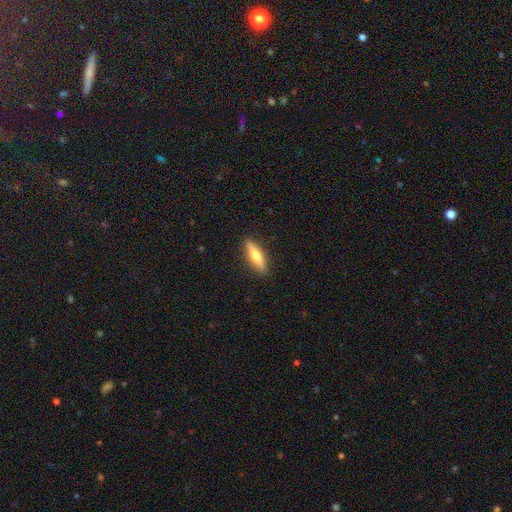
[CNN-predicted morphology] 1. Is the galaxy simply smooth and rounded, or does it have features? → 52% smooth, 42% featured or disk, 6% star or artifact.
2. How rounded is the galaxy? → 68% cigar-shaped, 30% in between, 2% round.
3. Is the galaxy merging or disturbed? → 90% none, 8% minor disturbance, 2% major disturbance, 1% merger.